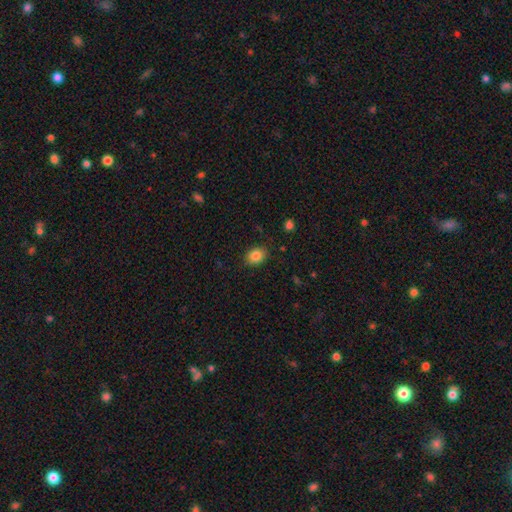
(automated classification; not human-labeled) The model was most divided on "how rounded": in between: 51%, round: 48%, cigar-shaped: 1%. More confident: merging — none (86%); smooth or featured — smooth (85%).